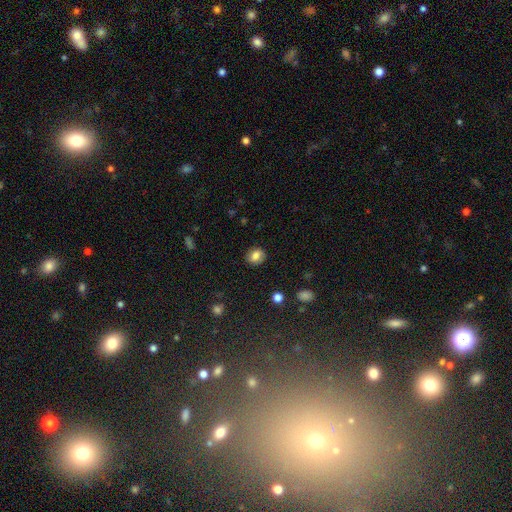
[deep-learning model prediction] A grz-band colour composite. It shows a smooth galaxy with no disk features (78%) that is round (61%). Merging: none (85%).